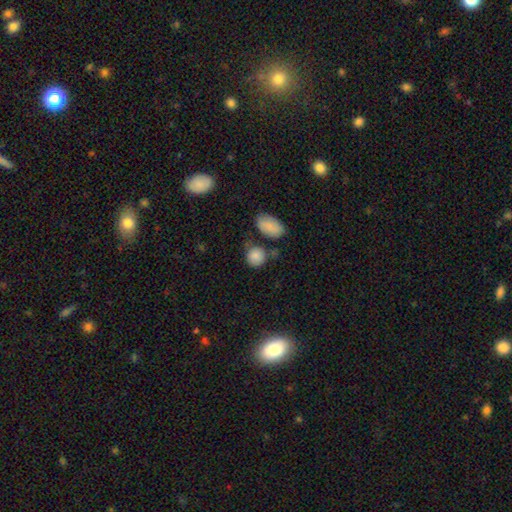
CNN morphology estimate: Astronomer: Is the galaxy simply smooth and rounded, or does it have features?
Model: smooth — 85%.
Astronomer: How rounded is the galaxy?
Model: round — 74%.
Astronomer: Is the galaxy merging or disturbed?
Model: none — 63%.